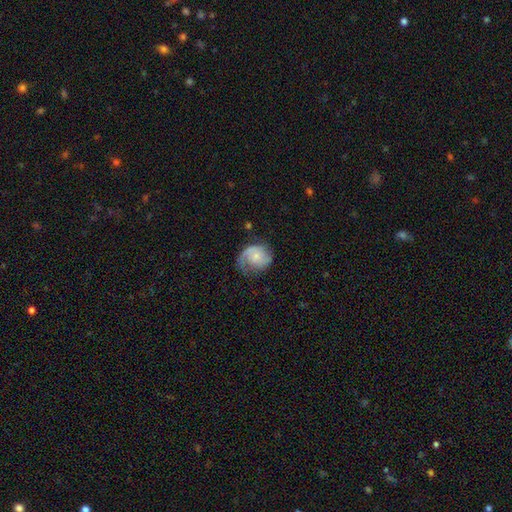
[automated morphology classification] This appears to be a featured or disk galaxy (60%) with no bar (75%), 1 (45%) medium (39%) spiral arms (89%) and a small central bulge (60%). Merging: none (48%).